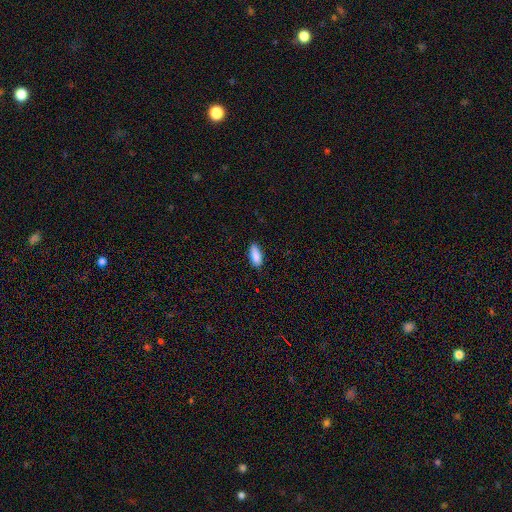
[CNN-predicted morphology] A smooth galaxy with no disk features (89%) that is in between round and cigar-shaped (81%).

Vote fractions:
- Smooth or featured? smooth: 89% / star or artifact: 7% / featured or disk: 5%
- How rounded? in between: 81% / cigar-shaped: 16% / round: 2%
- Merging? none: 83% / minor disturbance: 14% / major disturbance: 2% / merger: 1%